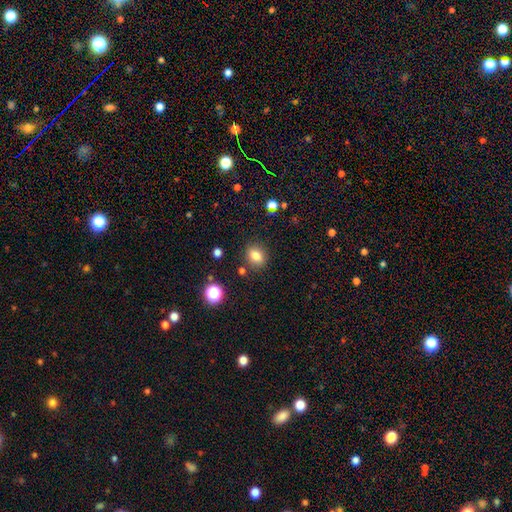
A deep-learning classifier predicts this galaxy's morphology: Q: Smooth or featured?
A: smooth (81%); runner-up: star or artifact (12%)
Q: How rounded?
A: round (54%); runner-up: in between (45%)
Q: Merging?
A: none (83%); runner-up: minor disturbance (10%)